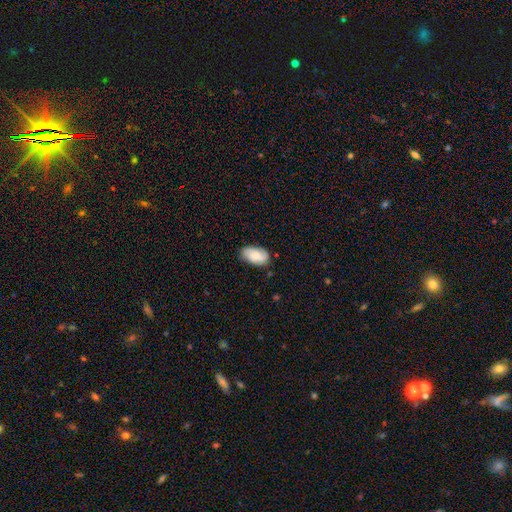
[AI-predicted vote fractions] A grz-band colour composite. It shows a smooth galaxy with no disk features (69%) that is in between round and cigar-shaped (94%). Merging: none (73%).